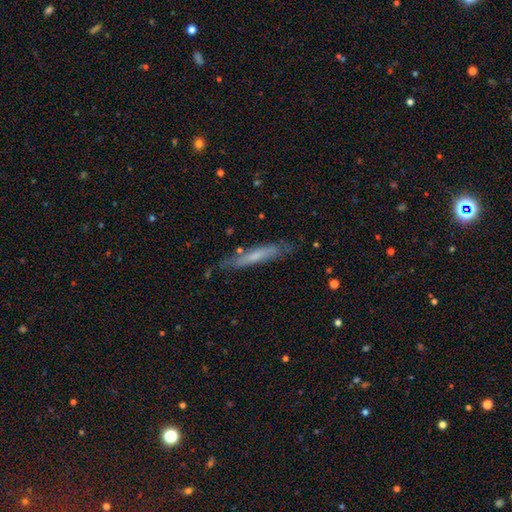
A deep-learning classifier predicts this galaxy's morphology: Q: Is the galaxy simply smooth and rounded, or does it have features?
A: smooth — 49%.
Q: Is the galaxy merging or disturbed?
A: none — 74%.